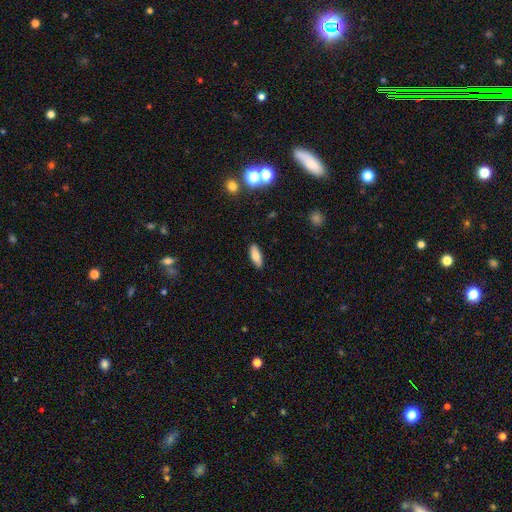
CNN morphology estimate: A smooth galaxy with no disk features (74%) that is in between round and cigar-shaped (67%).

Vote fractions:
- Smooth or featured? smooth: 74% / featured or disk: 19% / star or artifact: 8%
- How rounded? in between: 67% / cigar-shaped: 31% / round: 3%
- Merging? none: 89% / minor disturbance: 8% / major disturbance: 2% / merger: 1%